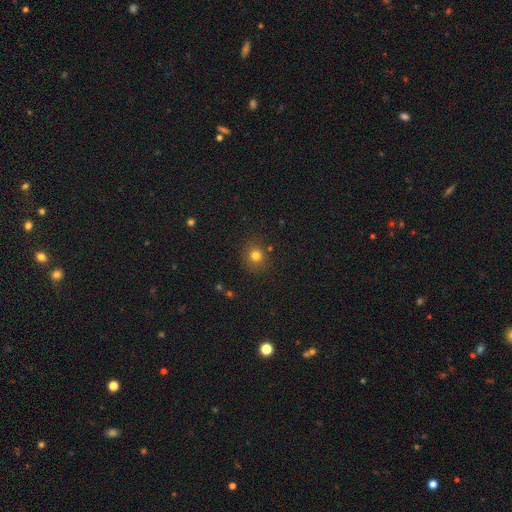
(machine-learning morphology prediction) Smooth or featured? smooth (77%)
How rounded? round (84%)
Merging? none (83%)